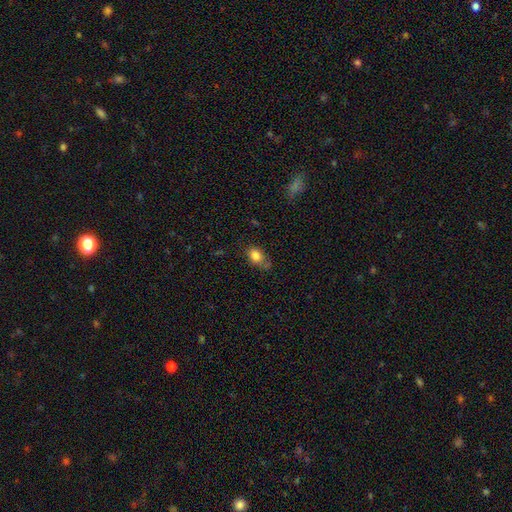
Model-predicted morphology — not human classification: smooth_or_featured: smooth (p=0.82) [alt: star or artifact p=0.09]
how_rounded: in between (p=0.69) [alt: round p=0.30]
merging: none (p=0.60) [alt: minor disturbance p=0.27]